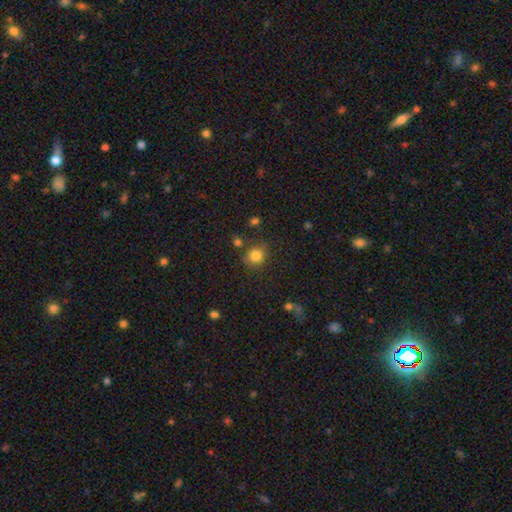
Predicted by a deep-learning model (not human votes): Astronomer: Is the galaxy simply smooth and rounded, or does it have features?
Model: smooth — 81%.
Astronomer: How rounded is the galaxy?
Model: round — 83%.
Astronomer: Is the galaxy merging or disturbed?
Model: none — 72%.